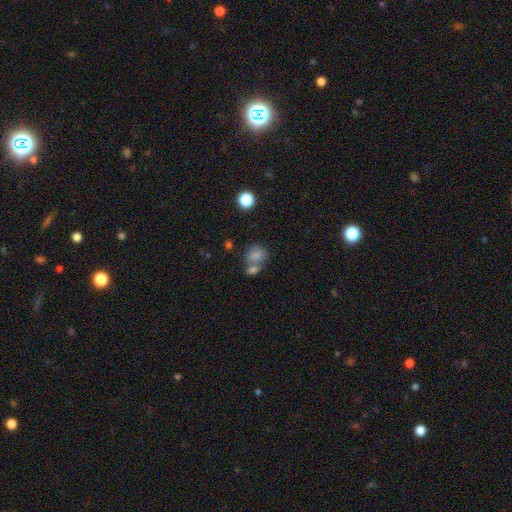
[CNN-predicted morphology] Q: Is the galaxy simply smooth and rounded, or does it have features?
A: smooth — 81%.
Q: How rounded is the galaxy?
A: round — 57%.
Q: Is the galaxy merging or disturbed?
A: merger — 43%.